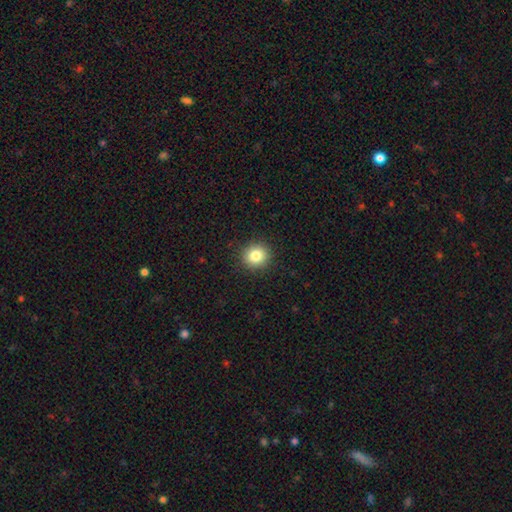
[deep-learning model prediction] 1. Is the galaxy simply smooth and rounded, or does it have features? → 83% smooth, 11% star or artifact, 6% featured or disk.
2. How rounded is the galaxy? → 90% round, 9% in between, 1% cigar-shaped.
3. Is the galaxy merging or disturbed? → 92% none, 6% minor disturbance, 2% major disturbance, 1% merger.